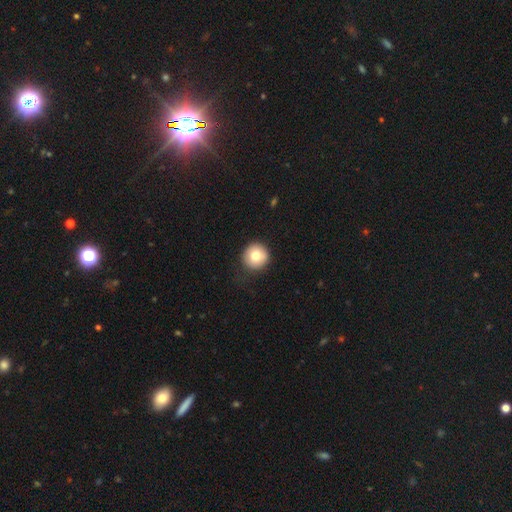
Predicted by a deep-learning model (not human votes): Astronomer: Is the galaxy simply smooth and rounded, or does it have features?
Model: smooth — 78%.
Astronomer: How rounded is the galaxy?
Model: round — 94%.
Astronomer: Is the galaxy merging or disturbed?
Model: none — 84%.